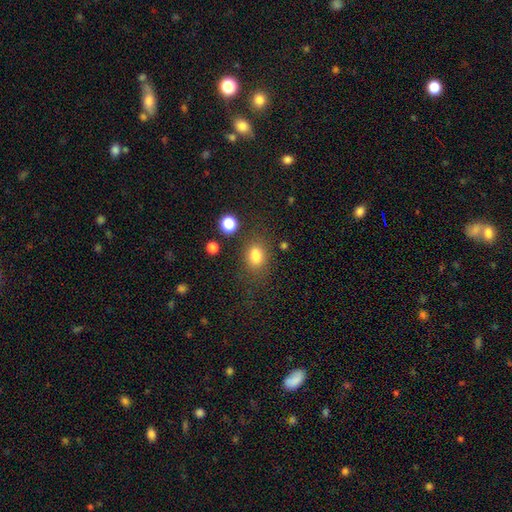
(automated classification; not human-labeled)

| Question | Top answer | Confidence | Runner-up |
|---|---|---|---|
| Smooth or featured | smooth | 81% | star or artifact (12%) |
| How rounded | in between | 67% | round (32%) |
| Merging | none | 69% | minor disturbance (16%) |